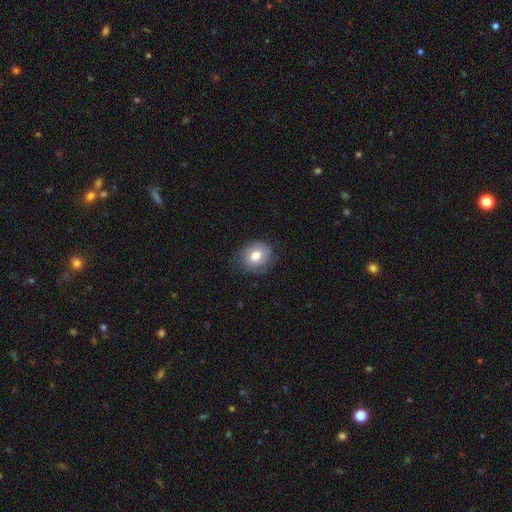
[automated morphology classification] smooth_or_featured: smooth (p=0.75) [alt: featured or disk p=0.17]
how_rounded: round (p=0.64) [alt: in between p=0.35]
merging: none (p=0.76) [alt: minor disturbance p=0.18]